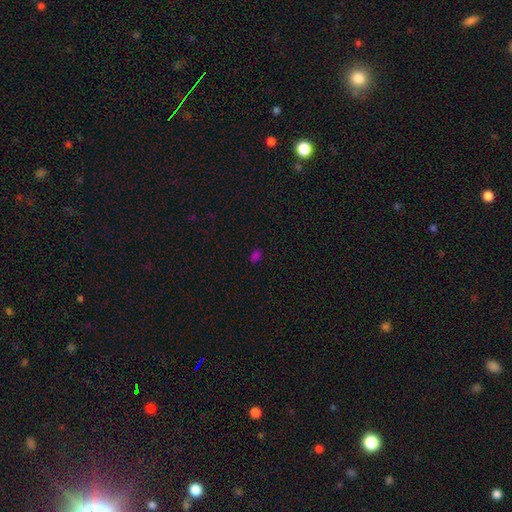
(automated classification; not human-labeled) Q: Smooth or featured?
A: smooth (71%); runner-up: star or artifact (25%)
Q: How rounded?
A: in between (78%); runner-up: round (20%)
Q: Merging?
A: none (85%); runner-up: minor disturbance (11%)